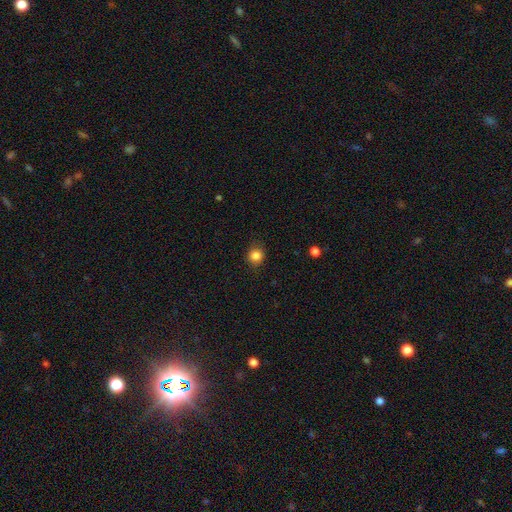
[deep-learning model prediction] This is clearly a smooth galaxy (84%). How rounded: clearly round (86%). Merging: clearly none (84%).